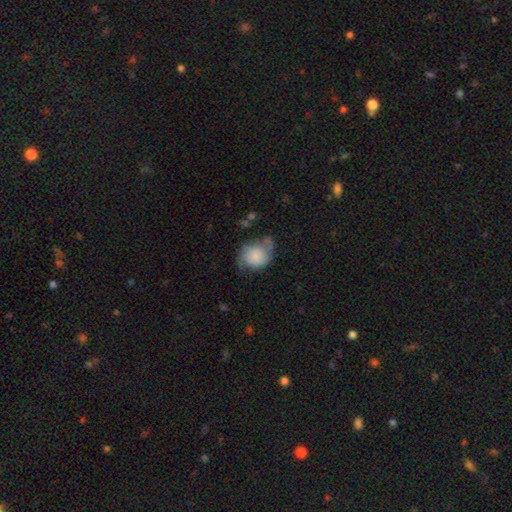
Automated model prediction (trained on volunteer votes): Morphology: type=smooth (60%); roundness=round (57%); merging=none (42%).